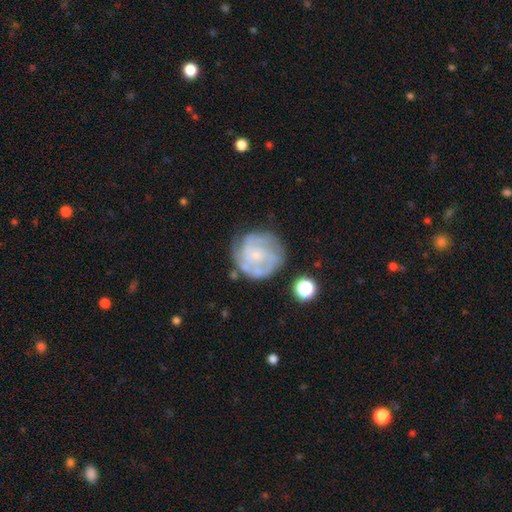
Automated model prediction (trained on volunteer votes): featured or disk 72%, smooth 21%, star or artifact 7%. Down the decision tree: edge-on disk — no (98%); bar — no (70%); spiral arms — yes (83%); spiral arm count — can't tell (38%); spiral winding — tight (54%); bulge size — small (67%); merging — none (66%).